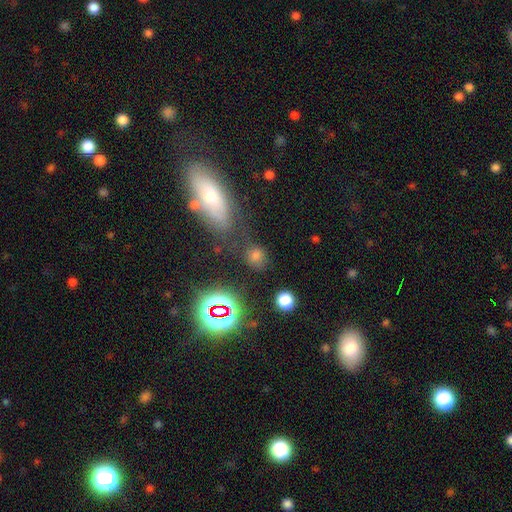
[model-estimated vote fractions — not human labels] Smooth or featured?
  - smooth: 61% *
  - star or artifact: 30%
  - featured or disk: 10%
How rounded?
  - round: 54% *
  - in between: 42%
  - cigar-shaped: 4%
Merging?
  - none: 67% *
  - minor disturbance: 16%
  - merger: 10%
  - major disturbance: 8%